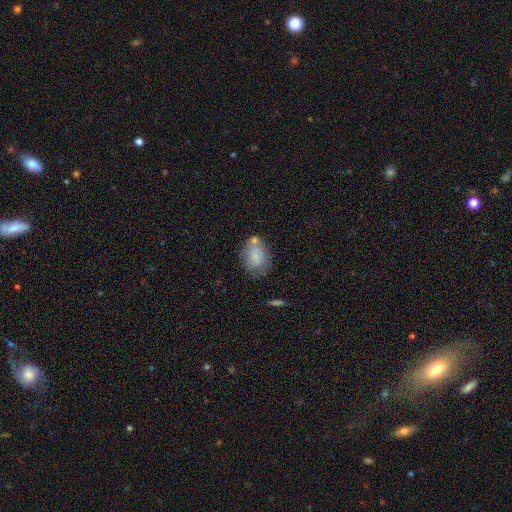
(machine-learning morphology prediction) A smooth galaxy with no disk features (77%) that is in between round and cigar-shaped (77%).

Vote fractions:
- Smooth or featured? smooth: 77% / featured or disk: 15% / star or artifact: 8%
- How rounded? in between: 77% / round: 22% / cigar-shaped: 1%
- Merging? none: 55% / minor disturbance: 21% / merger: 17% / major disturbance: 7%